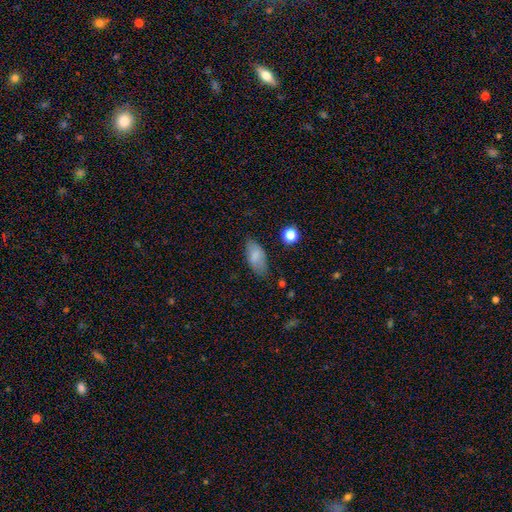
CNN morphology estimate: A smooth galaxy with no disk features (81%) that is in between round and cigar-shaped (89%). Merging: none (76%).